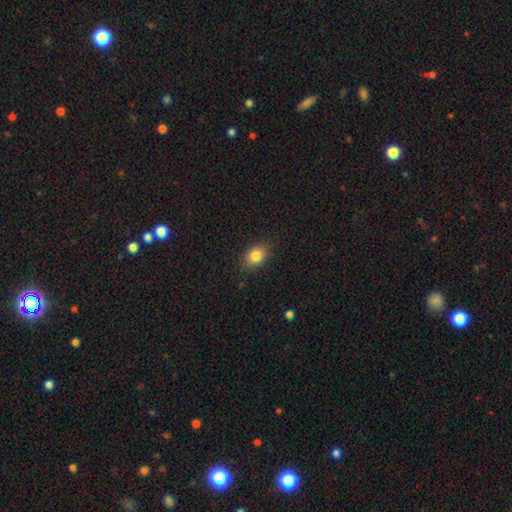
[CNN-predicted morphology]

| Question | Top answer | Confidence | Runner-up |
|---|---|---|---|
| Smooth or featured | smooth | 83% | star or artifact (9%) |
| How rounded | in between | 76% | round (22%) |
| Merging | none | 86% | minor disturbance (10%) |